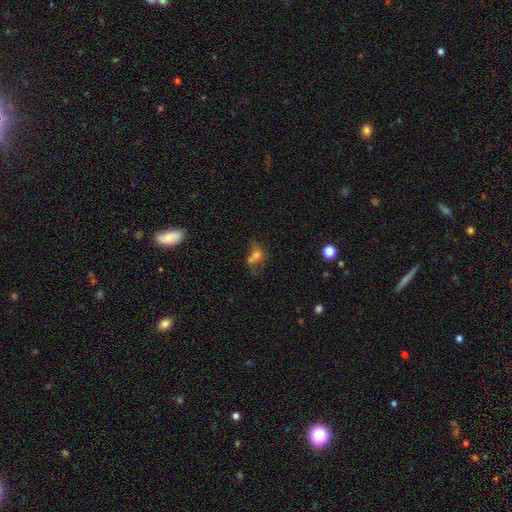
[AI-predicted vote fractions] Smooth or featured: smooth — 58% (featured or disk — 24%)
How rounded: in between — 57% (round — 40%)
Merging: merger — 31% (none — 30%)